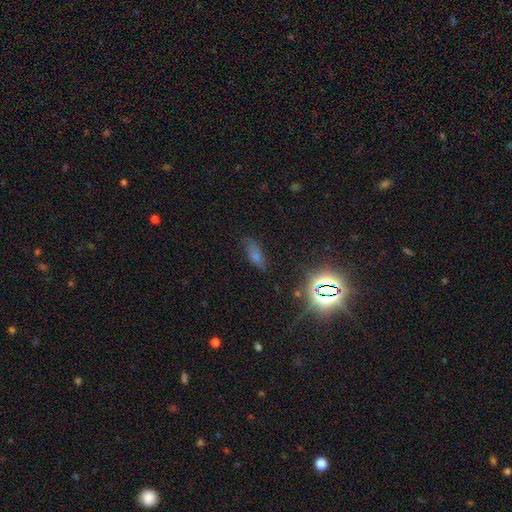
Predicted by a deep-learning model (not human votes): The model was most divided on "smooth or featured": smooth: 41%, star or artifact: 37%, featured or disk: 21%. More confident: merging — none (76%).